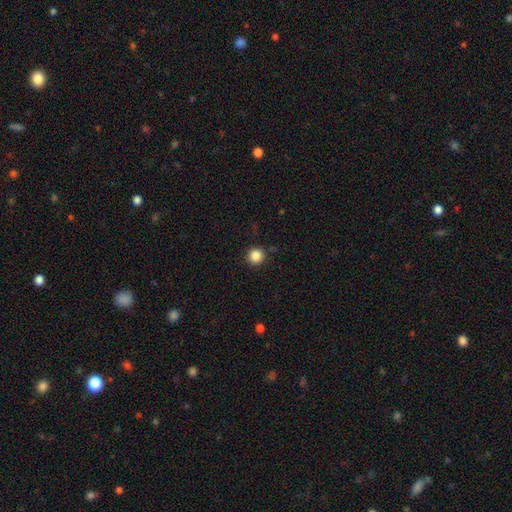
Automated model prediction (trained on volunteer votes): smooth 86%, star or artifact 10%, featured or disk 3%. Down the decision tree: how rounded — round (95%); merging — none (90%).